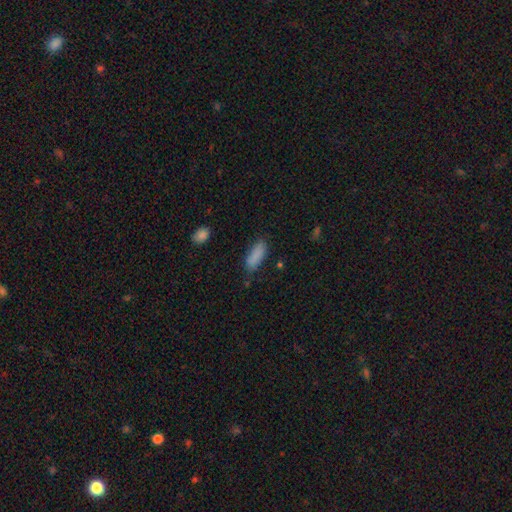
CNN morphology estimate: smooth_or_featured: smooth (p=0.87) [alt: star or artifact p=0.08]
how_rounded: in between (p=0.73) [alt: cigar-shaped p=0.25]
merging: none (p=0.74) [alt: minor disturbance p=0.19]